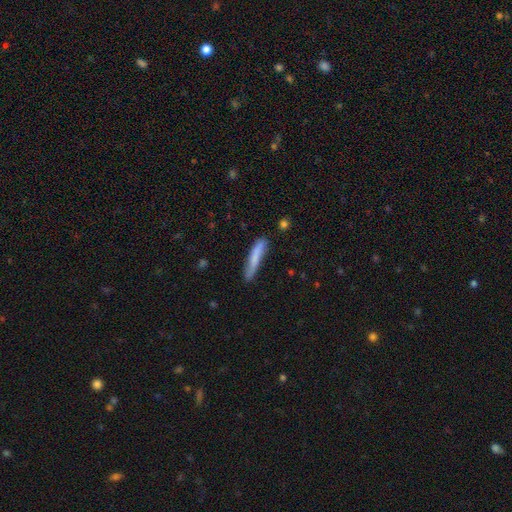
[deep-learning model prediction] This appears to be a smooth galaxy with no disk features (74%) that is cigar-shaped (91%). Merging: none (76%).